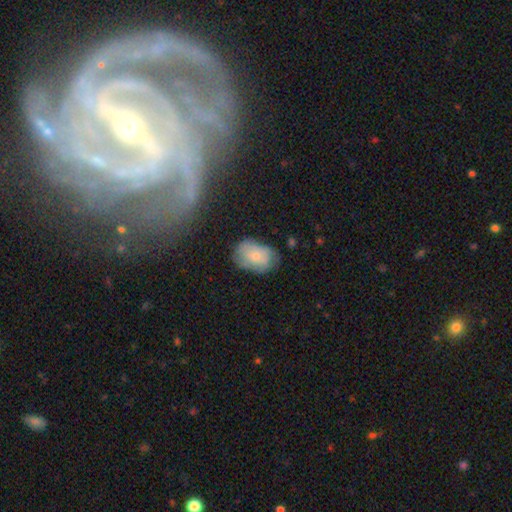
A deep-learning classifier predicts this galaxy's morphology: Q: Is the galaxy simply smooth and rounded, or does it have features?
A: smooth — 65%.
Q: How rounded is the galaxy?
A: in between — 79%.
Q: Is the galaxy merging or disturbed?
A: none — 58%.